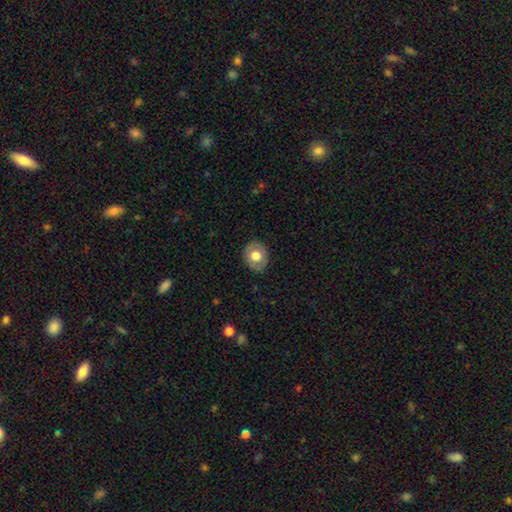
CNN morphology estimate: This is likely a smooth galaxy (66%). How rounded: possibly round (53%). Merging: clearly none (84%).